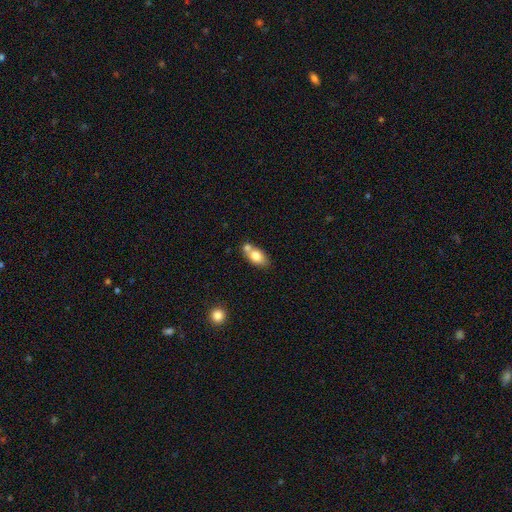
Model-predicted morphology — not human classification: A smooth galaxy with no disk features (76%) that is in between round and cigar-shaped (84%).

Vote fractions:
- Smooth or featured? smooth: 76% / featured or disk: 16% / star or artifact: 7%
- How rounded? in between: 84% / round: 12% / cigar-shaped: 4%
- Merging? none: 42% / merger: 40% / minor disturbance: 13% / major disturbance: 4%